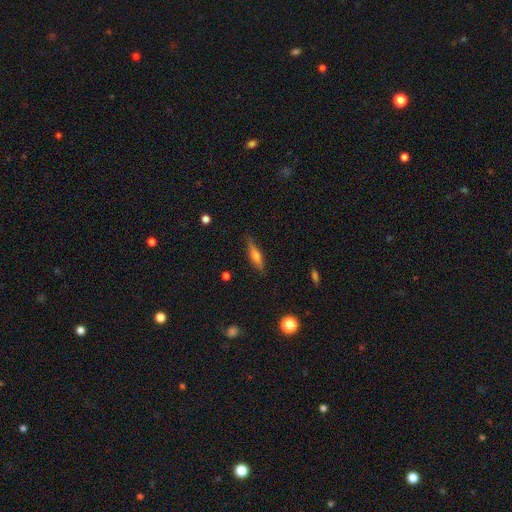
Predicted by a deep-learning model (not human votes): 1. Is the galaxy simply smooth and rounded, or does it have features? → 48% smooth, 43% featured or disk, 8% star or artifact.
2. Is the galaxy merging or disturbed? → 82% none, 13% minor disturbance, 3% major disturbance, 1% merger.